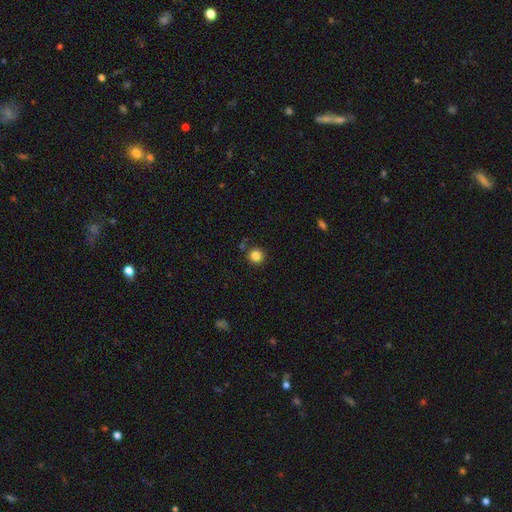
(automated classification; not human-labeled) Smooth or featured?
  - smooth: 84% *
  - star or artifact: 11%
  - featured or disk: 5%
How rounded?
  - round: 95% *
  - in between: 4%
  - cigar-shaped: 1%
Merging?
  - none: 88% *
  - minor disturbance: 6%
  - merger: 4%
  - major disturbance: 2%